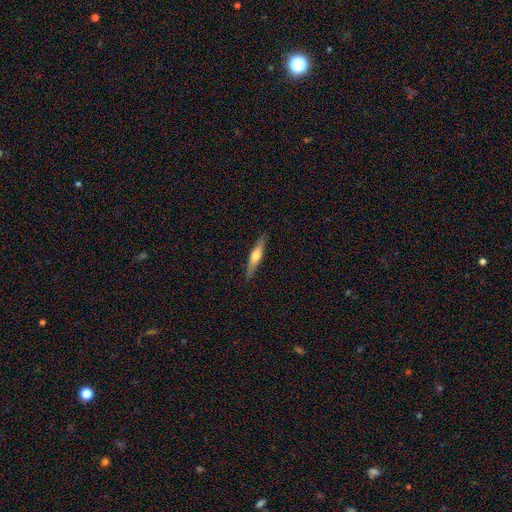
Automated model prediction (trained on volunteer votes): A smooth galaxy with no disk features (51%) that is cigar-shaped (84%). Merging: none (88%).